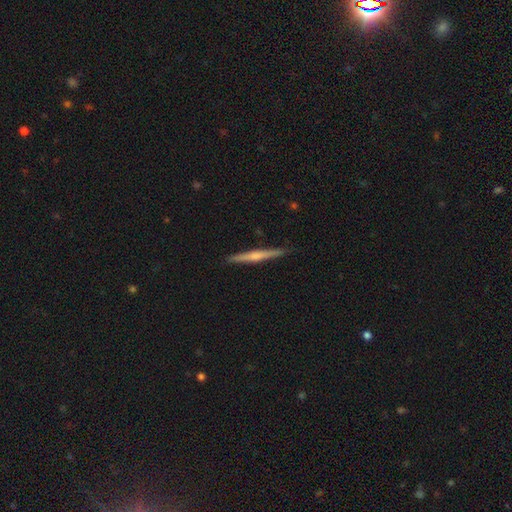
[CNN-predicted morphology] This appears to be a featured or disk galaxy (61%) viewed edge-on (98%) with a rounded central bulge (63%). Merging: none (91%).